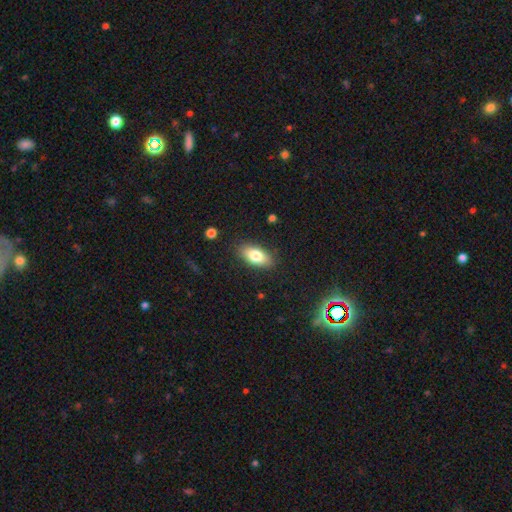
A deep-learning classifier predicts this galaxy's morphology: The model was most divided on "smooth or featured": smooth: 79%, featured or disk: 13%, star or artifact: 7%. More confident: how rounded — in between (89%); merging — none (86%).